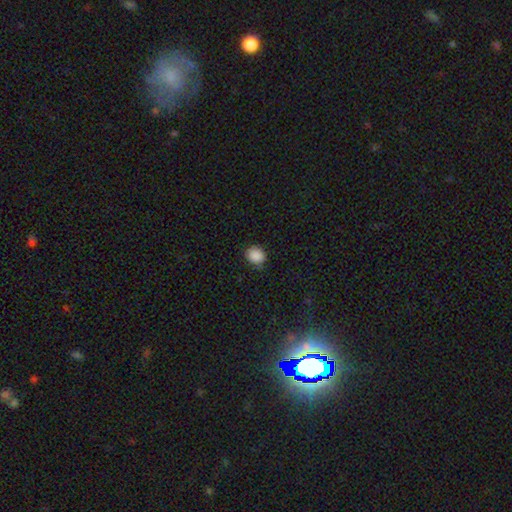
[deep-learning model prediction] smooth-or-featured: smooth: 88% | star or artifact: 9% | featured or disk: 3%
  how-rounded: round: 63% | in between: 36% | cigar-shaped: 1%
  merging: none: 81% | minor disturbance: 15% | major disturbance: 3% | merger: 1%